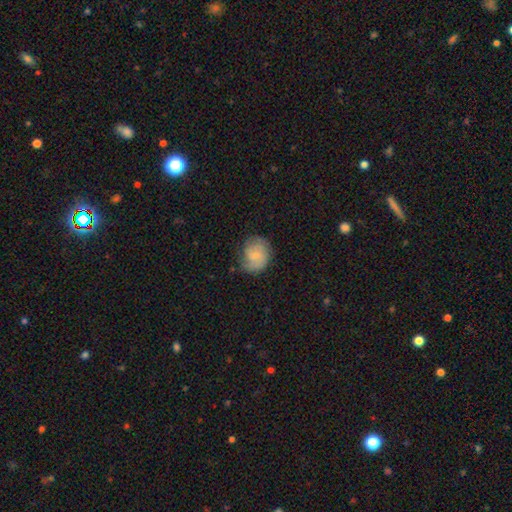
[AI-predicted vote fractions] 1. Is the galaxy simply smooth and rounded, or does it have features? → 50% featured or disk, 42% smooth, 8% star or artifact.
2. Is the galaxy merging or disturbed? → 65% none, 24% minor disturbance, 9% major disturbance, 1% merger.